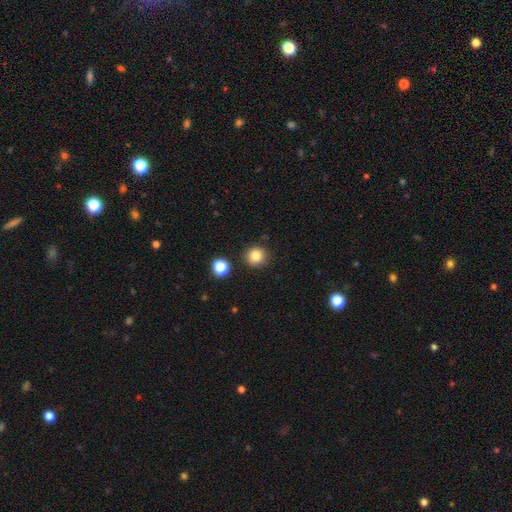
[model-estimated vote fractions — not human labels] smooth 83%, star or artifact 11%, featured or disk 5%. Down the decision tree: how rounded — round (90%); merging — none (87%).